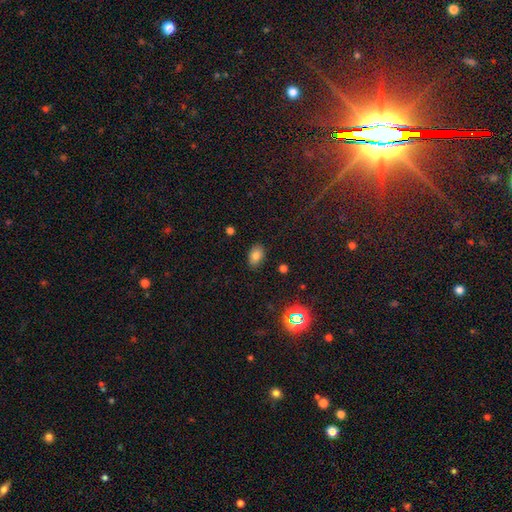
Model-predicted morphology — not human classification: type=smooth (77%); roundness=in between (86%); merging=none (86%).